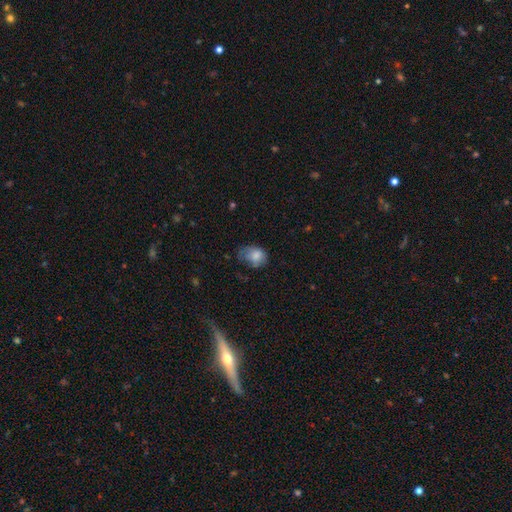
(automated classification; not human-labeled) Overall: smooth (77%). How rounded: in between (71%). Merging: none (38%; minor disturbance 37%).